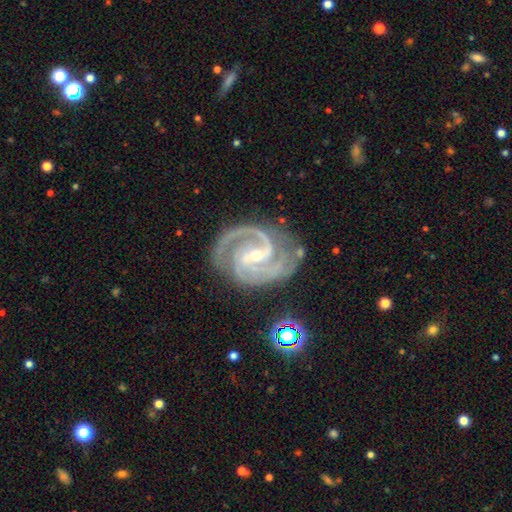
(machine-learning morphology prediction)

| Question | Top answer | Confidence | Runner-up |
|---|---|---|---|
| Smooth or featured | featured or disk | 94% | star or artifact (4%) |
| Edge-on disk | no | 98% | yes (2%) |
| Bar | weak | 42% | strong (36%) |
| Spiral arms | yes | 99% | no (1%) |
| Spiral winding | medium | 48% | tight (47%) |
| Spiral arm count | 2 | 58% | 3 (27%) |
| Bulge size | small | 67% | moderate (30%) |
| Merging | none | 74% | minor disturbance (18%) |